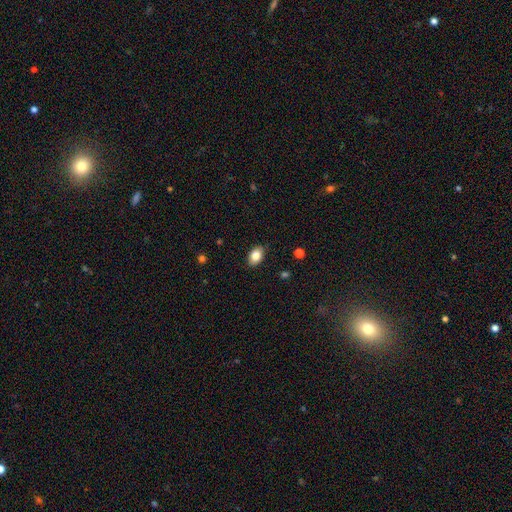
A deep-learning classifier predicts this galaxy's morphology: smooth_or_featured: smooth (p=0.84) [alt: featured or disk p=0.08]
how_rounded: in between (p=0.85) [alt: round p=0.13]
merging: none (p=0.87) [alt: minor disturbance p=0.10]